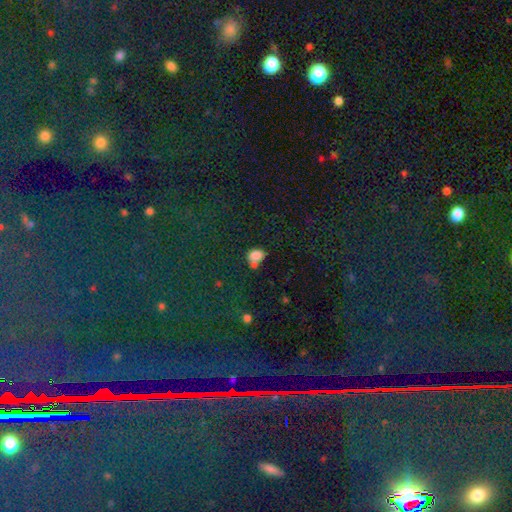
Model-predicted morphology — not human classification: Smooth or featured? smooth (79%)
How rounded? in between (70%)
Merging? merger (43%)